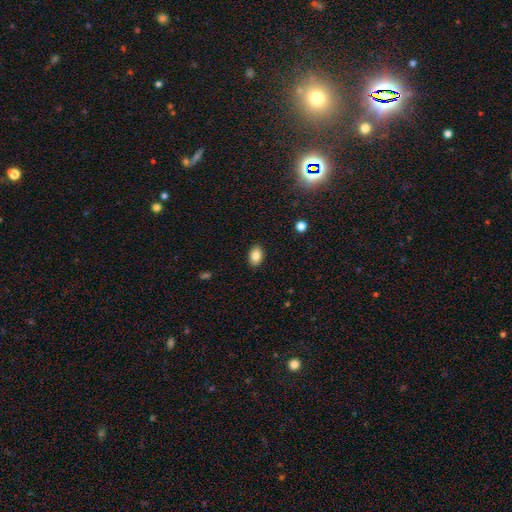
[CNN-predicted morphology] Q: Smooth or featured?
A: smooth (86%); runner-up: star or artifact (8%)
Q: How rounded?
A: in between (86%); runner-up: round (12%)
Q: Merging?
A: none (89%); runner-up: minor disturbance (8%)